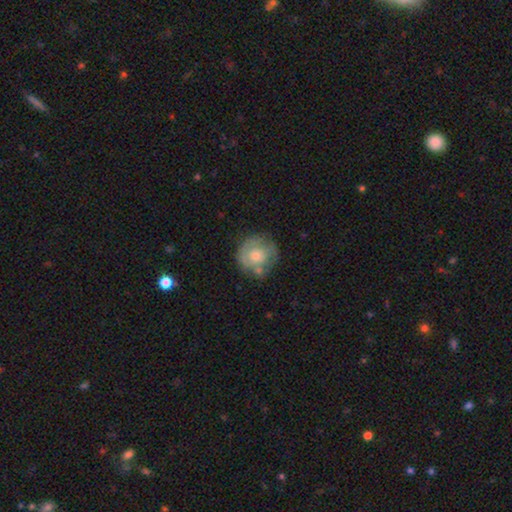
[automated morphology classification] smooth_or_featured: smooth (p=0.50) [alt: featured or disk p=0.43]
how_rounded: round (p=0.87) [alt: in between p=0.12]
merging: none (p=0.61) [alt: minor disturbance p=0.22]